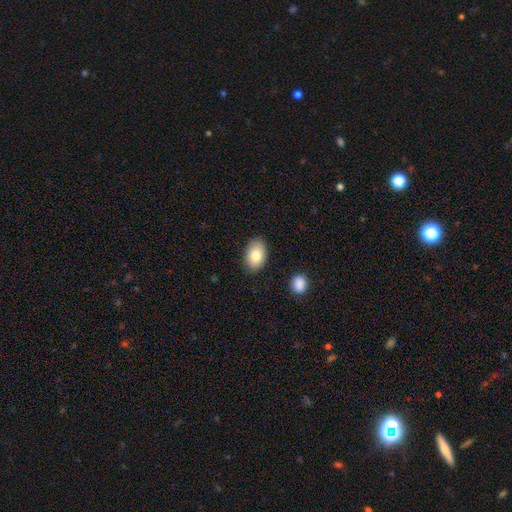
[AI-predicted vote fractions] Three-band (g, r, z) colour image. It shows a smooth galaxy with no disk features (81%) that is in between round and cigar-shaped (89%). Merging: none (86%).